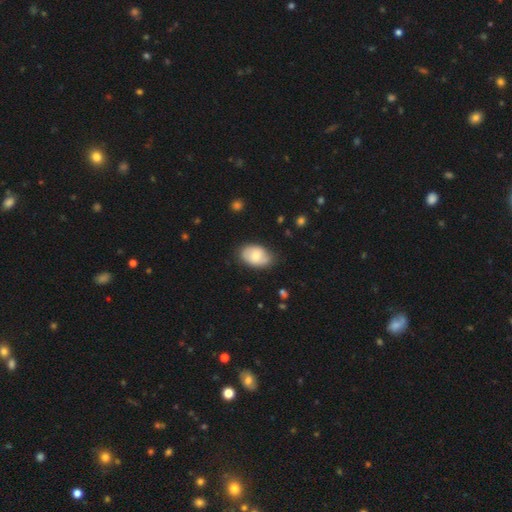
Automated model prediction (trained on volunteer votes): A smooth galaxy with no disk features (69%) that is in between round and cigar-shaped (87%). Merging: none (69%).